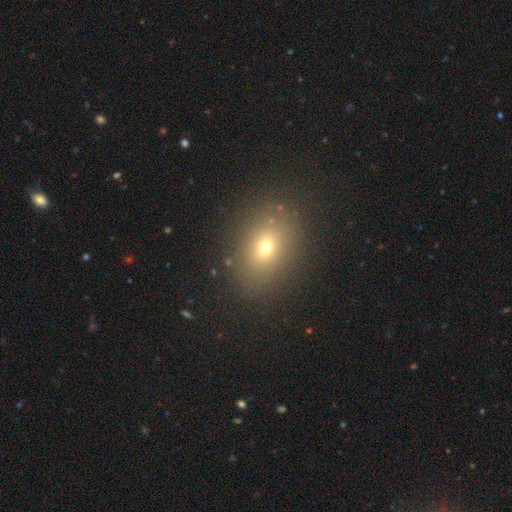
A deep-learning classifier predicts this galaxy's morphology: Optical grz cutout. It shows a smooth galaxy with no disk features (64%) that is in between round and cigar-shaped (62%). Merging: none (89%).